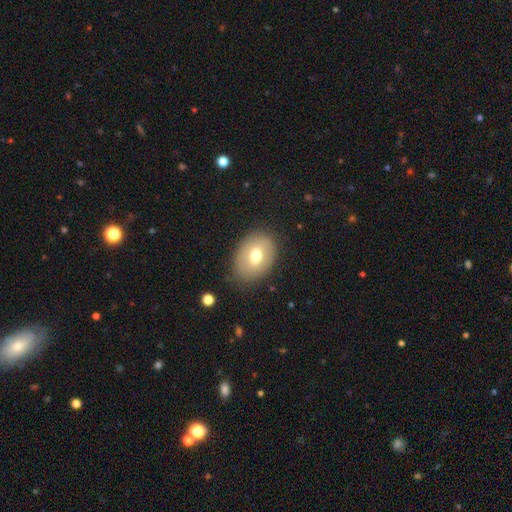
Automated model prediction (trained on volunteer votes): Q: Smooth or featured?
A: smooth (67%); runner-up: featured or disk (24%)
Q: How rounded?
A: in between (71%); runner-up: round (28%)
Q: Merging?
A: none (81%); runner-up: minor disturbance (13%)